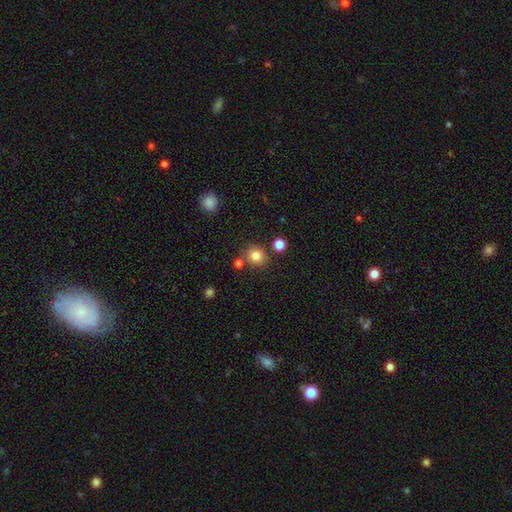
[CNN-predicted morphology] This is clearly a smooth galaxy (81%). How rounded: clearly round (88%). Merging: likely none (78%).